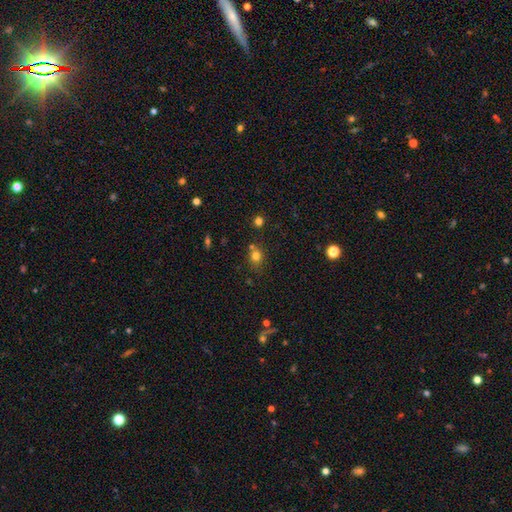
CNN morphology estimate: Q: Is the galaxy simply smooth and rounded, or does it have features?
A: smooth — 75%.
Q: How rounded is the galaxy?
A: round — 72%.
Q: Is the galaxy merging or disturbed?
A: none — 65%.